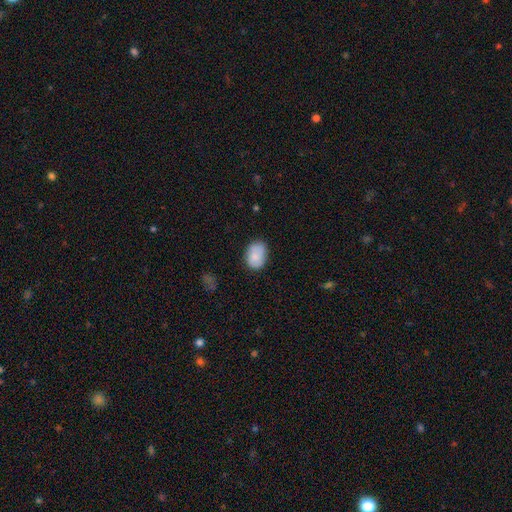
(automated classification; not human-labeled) smooth-or-featured: smooth: 80% | featured or disk: 13% | star or artifact: 7%
  how-rounded: in between: 77% | round: 22% | cigar-shaped: 1%
  merging: none: 73% | minor disturbance: 21% | major disturbance: 4% | merger: 2%